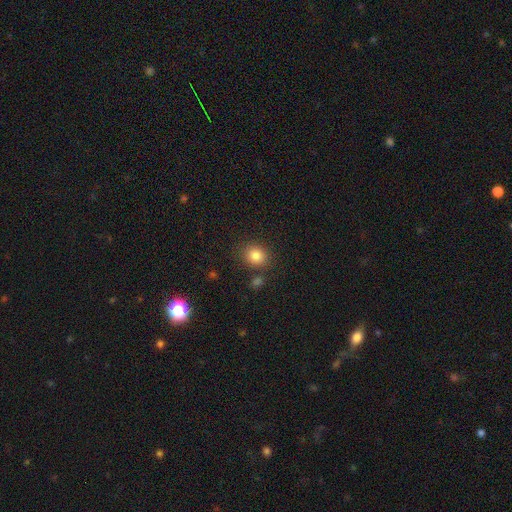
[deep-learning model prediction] smooth-or-featured: smooth: 85% | star or artifact: 10% | featured or disk: 5%
  how-rounded: round: 68% | in between: 31% | cigar-shaped: 1%
  merging: none: 80% | minor disturbance: 10% | merger: 6% | major disturbance: 4%